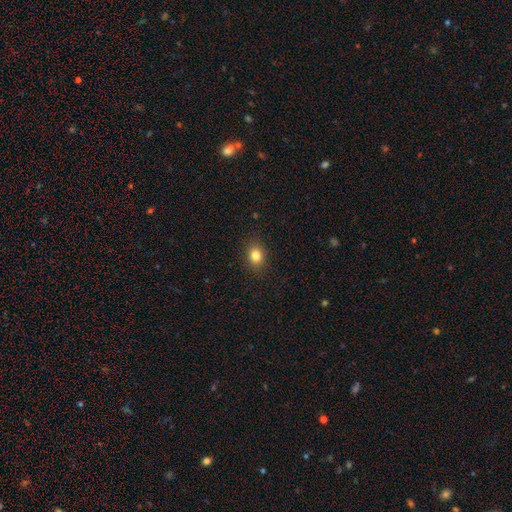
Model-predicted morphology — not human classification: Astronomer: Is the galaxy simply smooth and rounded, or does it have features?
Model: smooth — 83%.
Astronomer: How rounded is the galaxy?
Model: round — 59% (runner-up: in between, 40%).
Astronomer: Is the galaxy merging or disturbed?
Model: none — 89%.